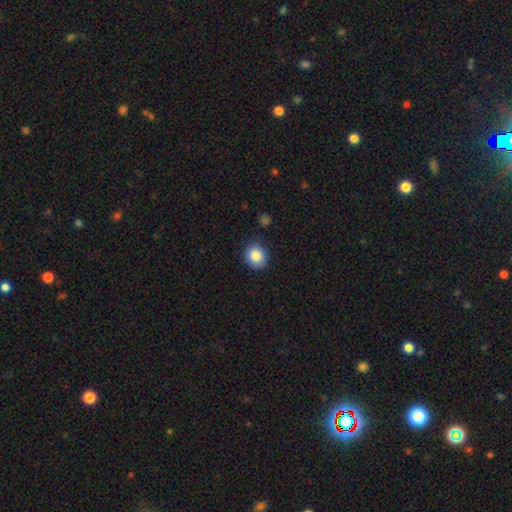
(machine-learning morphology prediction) A smooth galaxy with no disk features (85%) that is round (75%). Merging: none (83%).